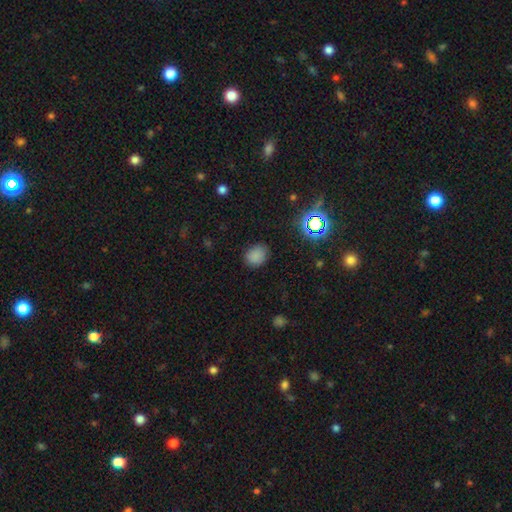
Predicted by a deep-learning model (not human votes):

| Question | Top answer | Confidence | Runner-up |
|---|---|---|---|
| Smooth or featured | smooth | 79% | star or artifact (17%) |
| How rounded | round | 55% | in between (44%) |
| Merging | none | 82% | minor disturbance (14%) |